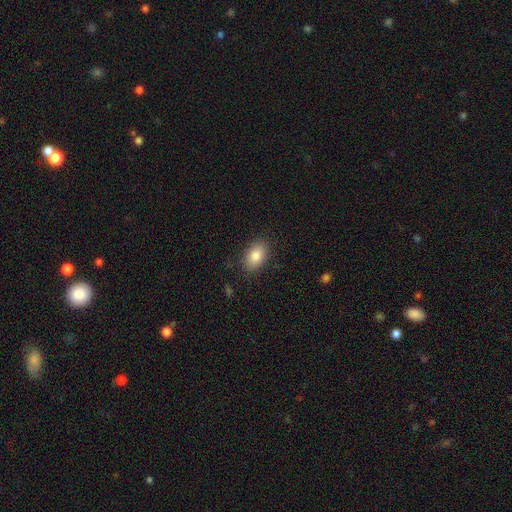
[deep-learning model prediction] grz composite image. It shows a smooth galaxy with no disk features (84%) that is in between round and cigar-shaped (90%). Merging: none (86%).